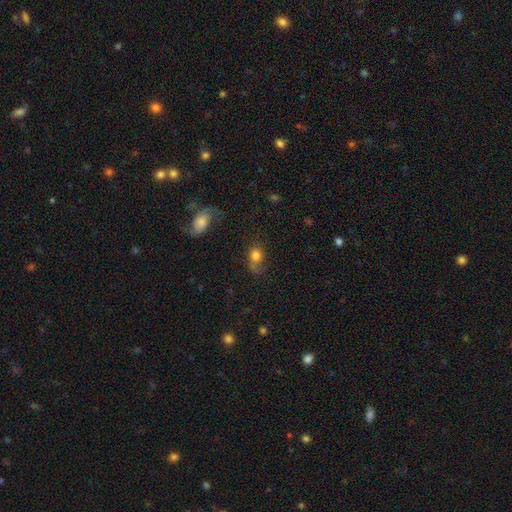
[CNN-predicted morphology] The model was most divided on "how rounded": round: 53%, in between: 45%, cigar-shaped: 2%. Remaining: smooth or featured — smooth (74%); merging — none (47%).